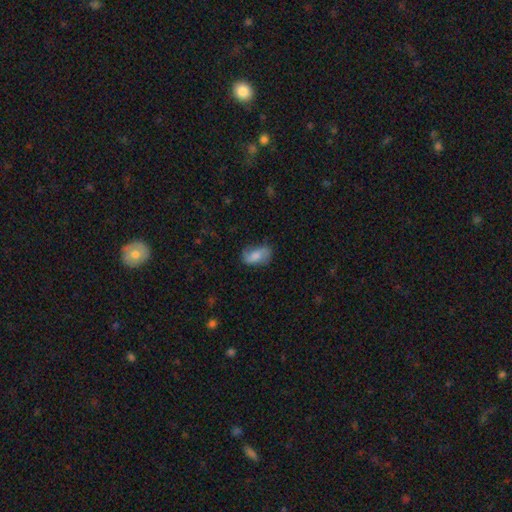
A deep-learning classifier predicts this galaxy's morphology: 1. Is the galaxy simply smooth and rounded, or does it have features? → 59% smooth, 33% featured or disk, 8% star or artifact.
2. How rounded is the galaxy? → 89% in between, 8% round, 3% cigar-shaped.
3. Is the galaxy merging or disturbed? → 60% none, 27% minor disturbance, 11% major disturbance, 2% merger.